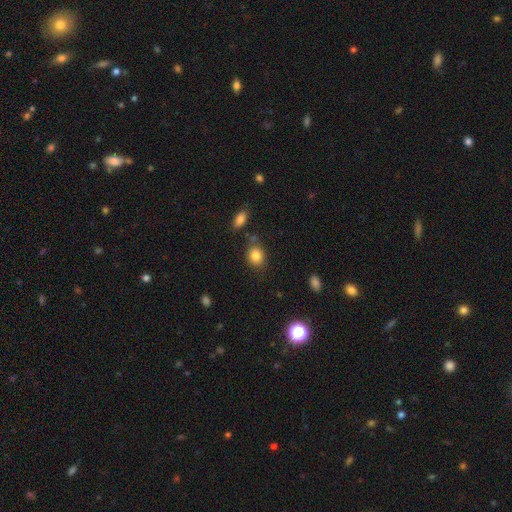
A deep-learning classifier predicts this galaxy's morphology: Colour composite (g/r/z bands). It shows a smooth galaxy with no disk features (84%) that is round (62%). Merging: none (74%).